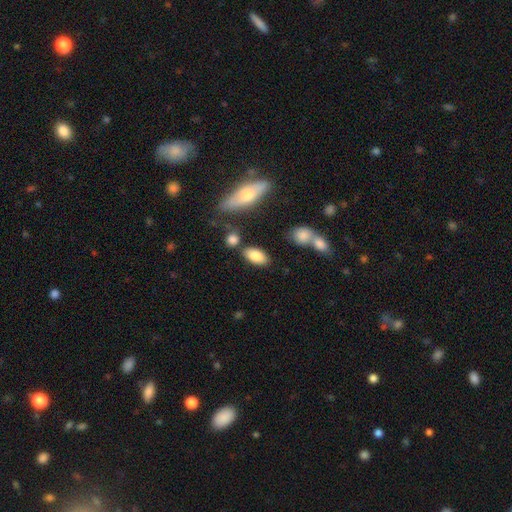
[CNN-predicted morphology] Smooth or featured?
  - smooth: 83% *
  - featured or disk: 10%
  - star or artifact: 7%
How rounded?
  - in between: 91% *
  - cigar-shaped: 5%
  - round: 4%
Merging?
  - none: 76% *
  - minor disturbance: 12%
  - merger: 8%
  - major disturbance: 4%